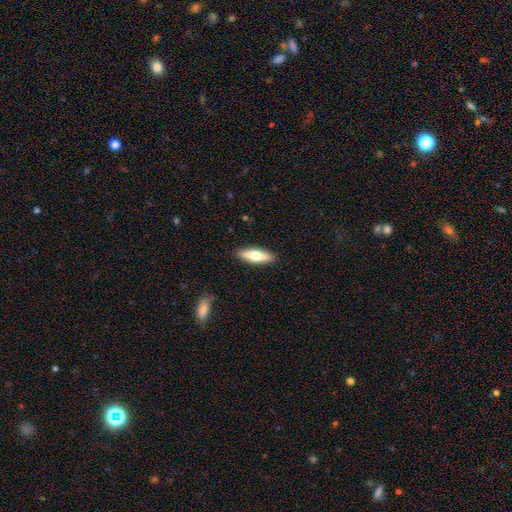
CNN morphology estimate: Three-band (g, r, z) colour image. It shows a smooth galaxy with no disk features (59%) that is cigar-shaped (56%). Merging: none (90%).